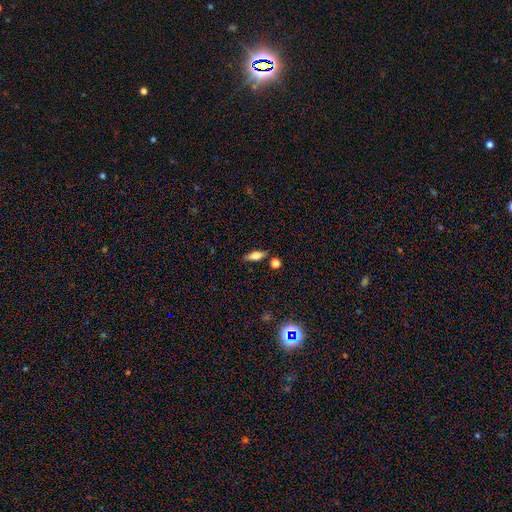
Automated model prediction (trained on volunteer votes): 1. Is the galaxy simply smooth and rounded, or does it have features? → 71% smooth, 20% featured or disk, 9% star or artifact.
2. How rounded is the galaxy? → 69% in between, 27% cigar-shaped, 4% round.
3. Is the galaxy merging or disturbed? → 77% none, 14% minor disturbance, 6% merger, 3% major disturbance.